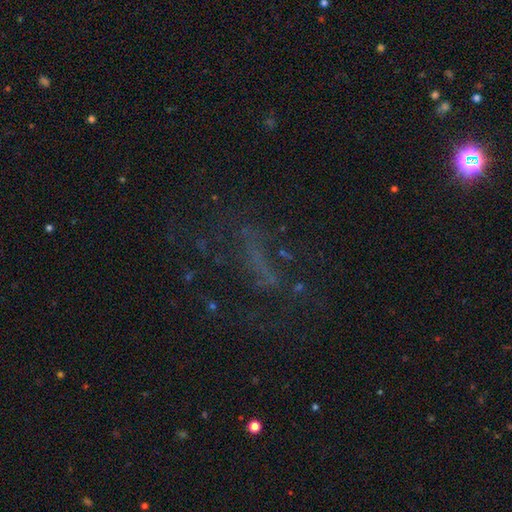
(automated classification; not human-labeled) A featured or disk galaxy (38%). Merging: none (50%).